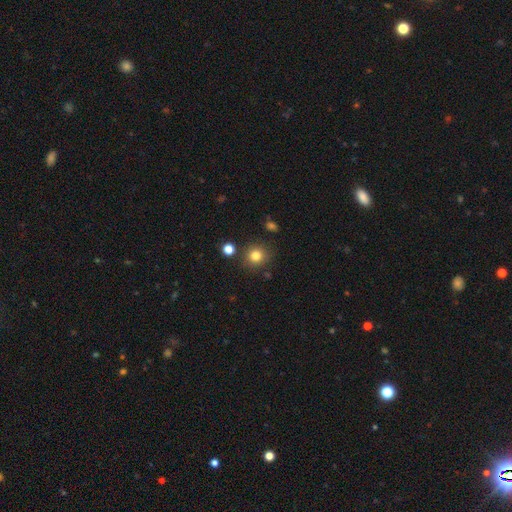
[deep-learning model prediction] The model was most divided on "smooth or featured": smooth: 80%, star or artifact: 13%, featured or disk: 7%. More confident: how rounded — round (90%); merging — none (85%).